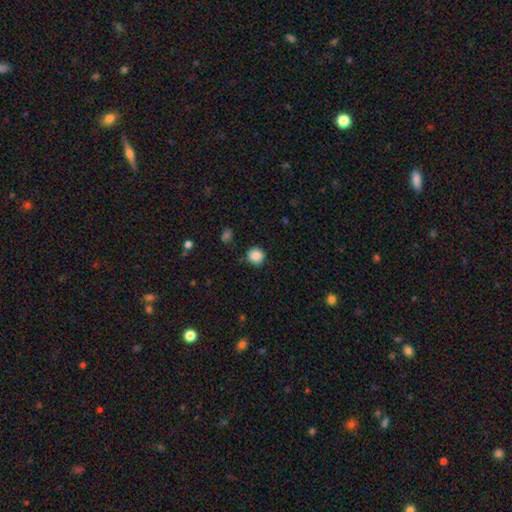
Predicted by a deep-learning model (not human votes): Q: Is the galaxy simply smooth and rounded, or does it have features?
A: smooth — 87%.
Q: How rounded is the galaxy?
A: round — 92%.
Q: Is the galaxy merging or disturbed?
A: none — 86%.